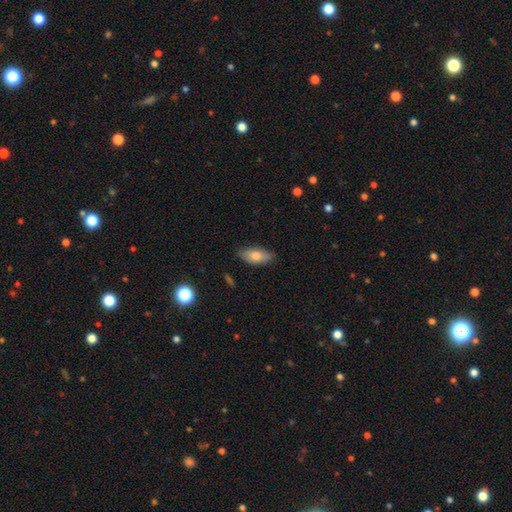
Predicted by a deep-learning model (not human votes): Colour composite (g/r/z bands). It shows a smooth galaxy with no disk features (77%) that is in between round and cigar-shaped (86%). Merging: none (84%).